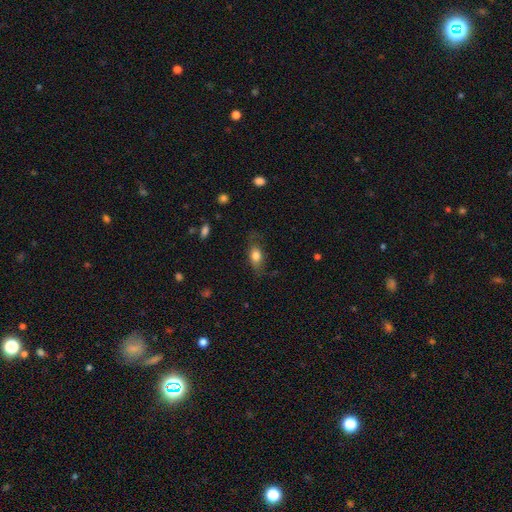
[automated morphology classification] Smooth or featured: smooth — 74% (featured or disk — 18%)
How rounded: in between — 80% (round — 12%)
Merging: none — 65% (minor disturbance — 24%)